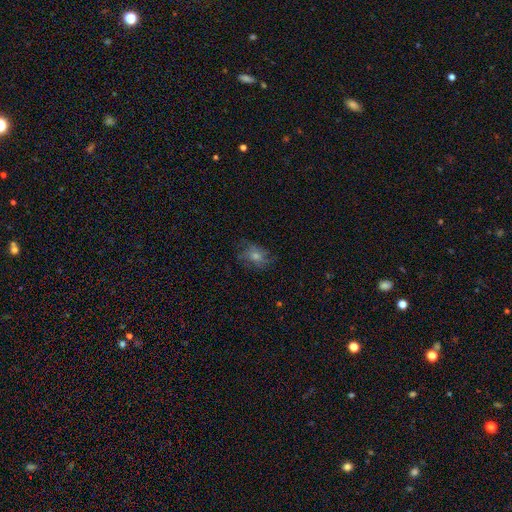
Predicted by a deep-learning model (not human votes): smooth-or-featured: featured or disk: 40% (tied) | smooth: 40% (tied) | star or artifact: 20%
  merging: none: 68% | minor disturbance: 20% | major disturbance: 11% | merger: 1%